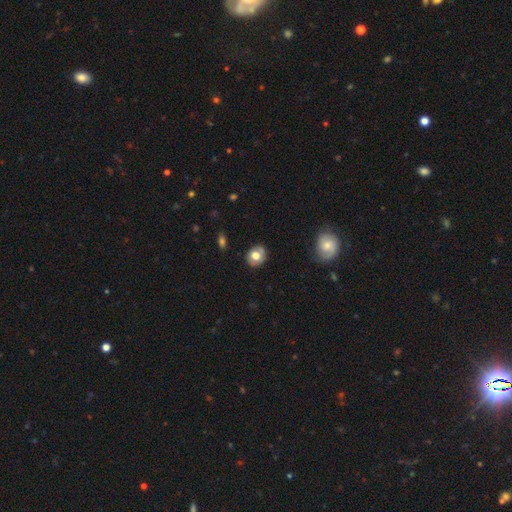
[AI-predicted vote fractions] A smooth galaxy with no disk features (70%) that is round (62%).

Vote fractions:
- Smooth or featured? smooth: 70% / featured or disk: 21% / star or artifact: 9%
- How rounded? round: 62% / in between: 37% / cigar-shaped: 1%
- Merging? none: 77% / minor disturbance: 17% / major disturbance: 3% / merger: 3%